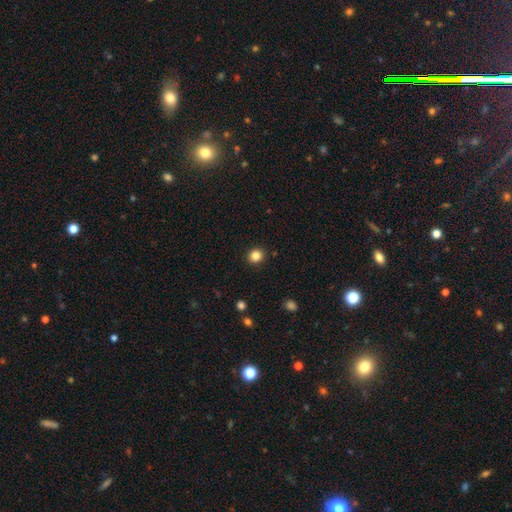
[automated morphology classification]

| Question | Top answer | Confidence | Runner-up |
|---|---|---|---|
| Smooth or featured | smooth | 85% | star or artifact (11%) |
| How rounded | round | 85% | in between (14%) |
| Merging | none | 92% | minor disturbance (6%) |